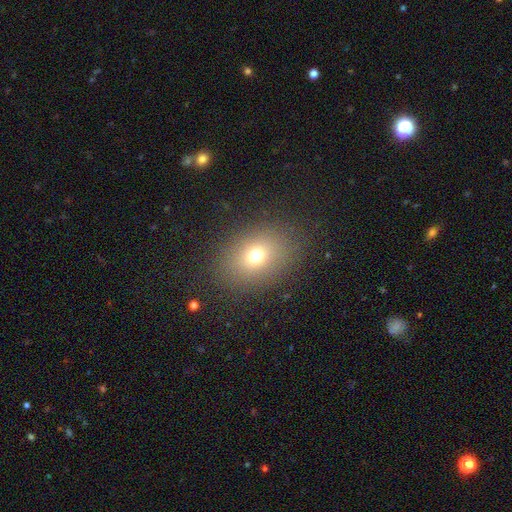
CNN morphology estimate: smooth-or-featured: smooth: 71% | star or artifact: 16% | featured or disk: 13%
  how-rounded: in between: 64% | round: 35% | cigar-shaped: 1%
  merging: none: 84% | minor disturbance: 9% | major disturbance: 5% | merger: 1%